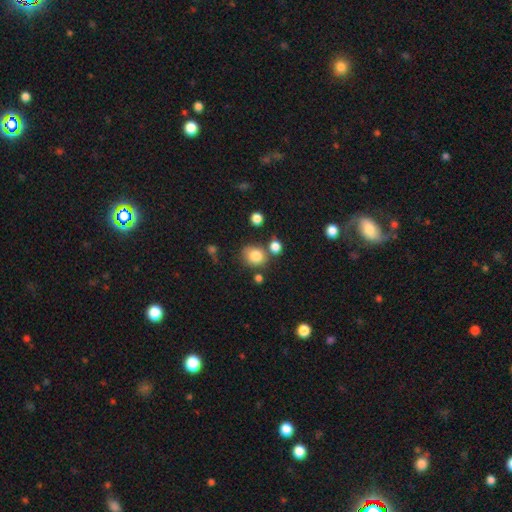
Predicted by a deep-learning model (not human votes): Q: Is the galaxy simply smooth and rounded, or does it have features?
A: smooth — 82%.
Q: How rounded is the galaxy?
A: round — 72%.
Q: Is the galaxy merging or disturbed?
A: none — 67%.